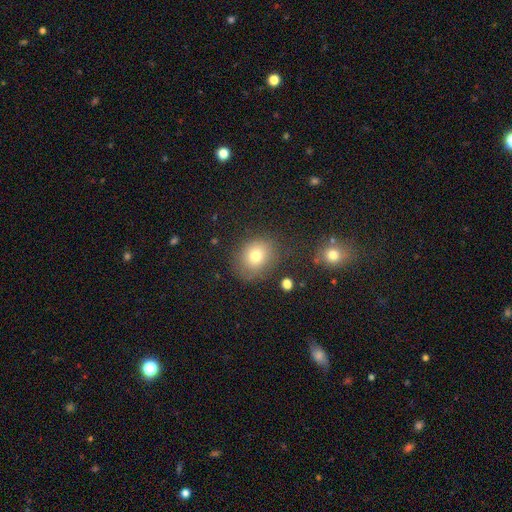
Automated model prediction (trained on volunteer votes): This appears to be a smooth galaxy with no disk features (76%) that is round (60%). Merging: none (75%).